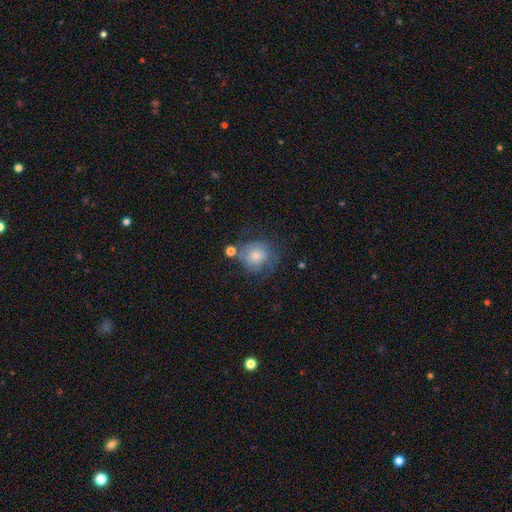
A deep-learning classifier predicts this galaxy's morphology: Smooth or featured? smooth (63%)
How rounded? round (81%)
Merging? none (48%)